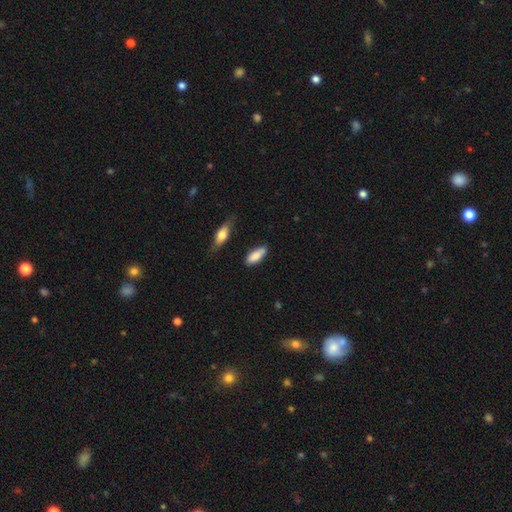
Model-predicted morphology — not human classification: Q: Smooth or featured?
A: smooth (85%); runner-up: featured or disk (10%)
Q: How rounded?
A: in between (68%); runner-up: cigar-shaped (30%)
Q: Merging?
A: none (76%); runner-up: minor disturbance (17%)